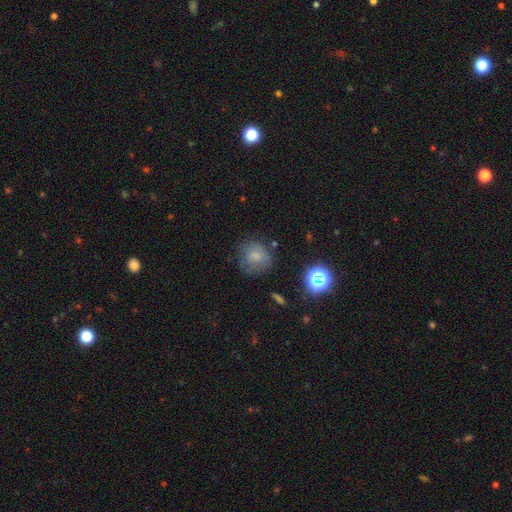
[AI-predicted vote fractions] smooth-or-featured: smooth: 68% | featured or disk: 18% | star or artifact: 14%
  how-rounded: round: 82% | in between: 17% | cigar-shaped: 1%
  merging: none: 64% | minor disturbance: 23% | major disturbance: 10% | merger: 3%